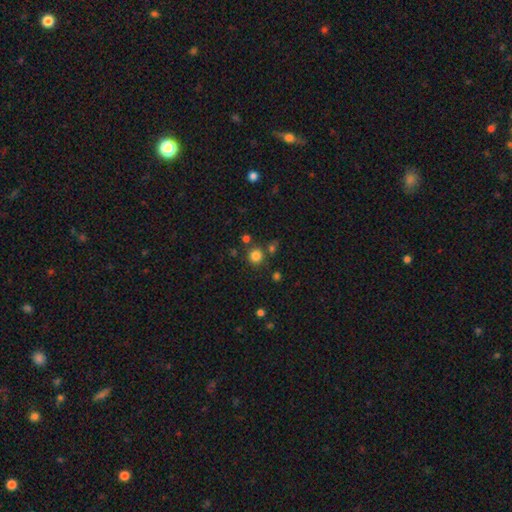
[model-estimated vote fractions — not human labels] A smooth galaxy with no disk features (80%) that is round (92%).

Vote fractions:
- Smooth or featured? smooth: 80% / star or artifact: 15% / featured or disk: 5%
- How rounded? round: 92% / in between: 7% / cigar-shaped: 1%
- Merging? none: 80% / merger: 9% / minor disturbance: 8% / major disturbance: 3%